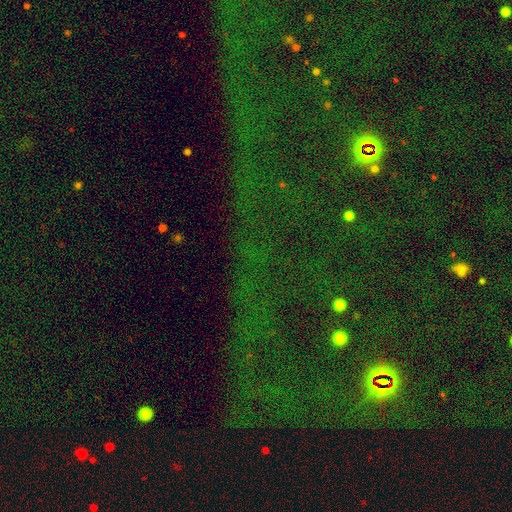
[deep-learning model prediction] Q: Smooth or featured?
A: star or artifact (81%); runner-up: smooth (10%)